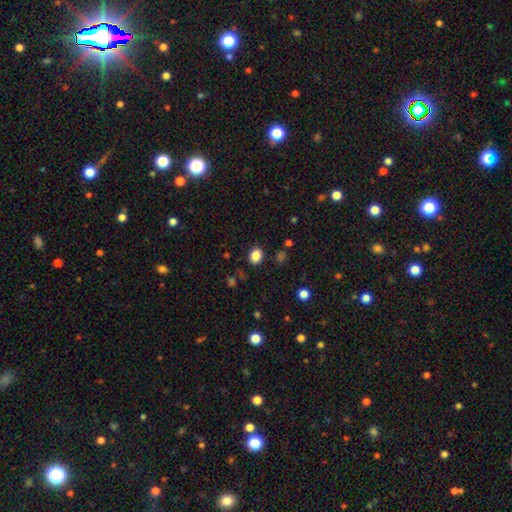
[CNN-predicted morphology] Smooth or featured? smooth (85%)
How rounded? in between (56%)
Merging? none (87%)